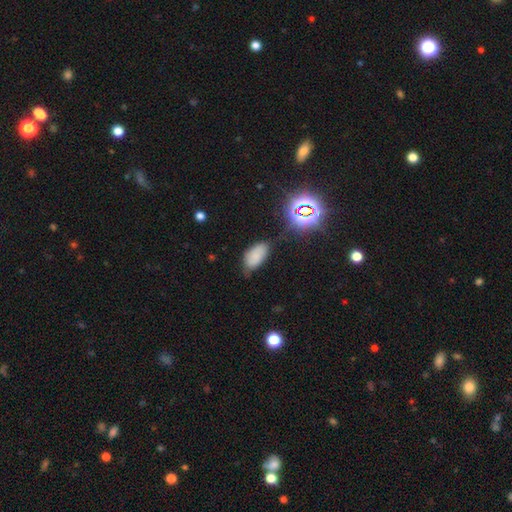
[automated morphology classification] Smooth or featured? smooth (74%)
How rounded? in between (93%)
Merging? none (59%)